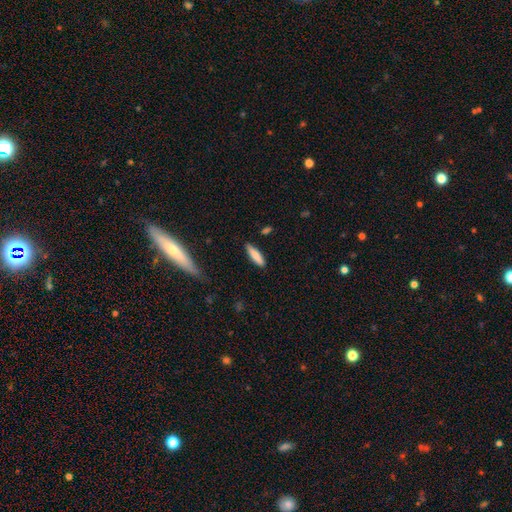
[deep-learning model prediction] Smooth or featured: smooth — 81% (featured or disk — 13%)
How rounded: cigar-shaped — 68% (in between — 31%)
Merging: none — 84% (minor disturbance — 12%)